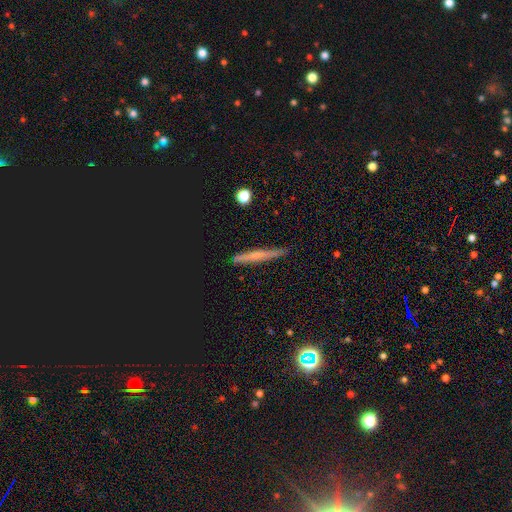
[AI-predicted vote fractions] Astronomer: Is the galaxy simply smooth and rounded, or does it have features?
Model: featured or disk — 44% (runner-up: smooth, 43%).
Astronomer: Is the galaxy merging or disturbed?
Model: none — 84%.